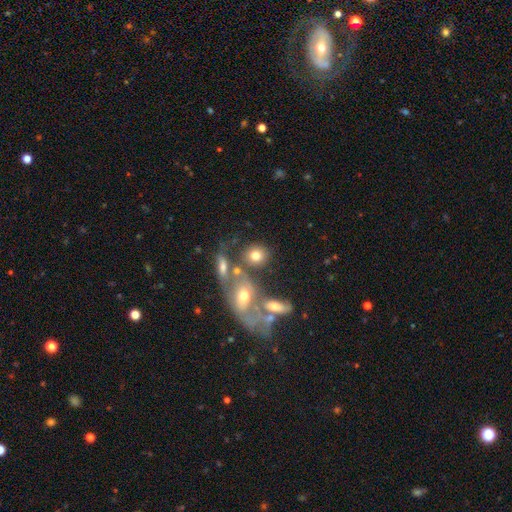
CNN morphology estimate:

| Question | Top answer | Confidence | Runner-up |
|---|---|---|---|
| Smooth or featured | smooth | 70% | featured or disk (19%) |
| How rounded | round | 66% | in between (32%) |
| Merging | none | 52% | merger (27%) |